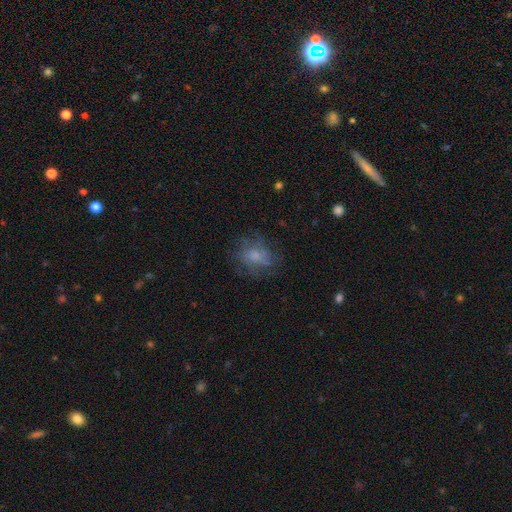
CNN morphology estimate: Smooth or featured? Predicted: smooth (p=0.56). How rounded? Predicted: in between (p=0.56). Merging? Predicted: none (p=0.60).